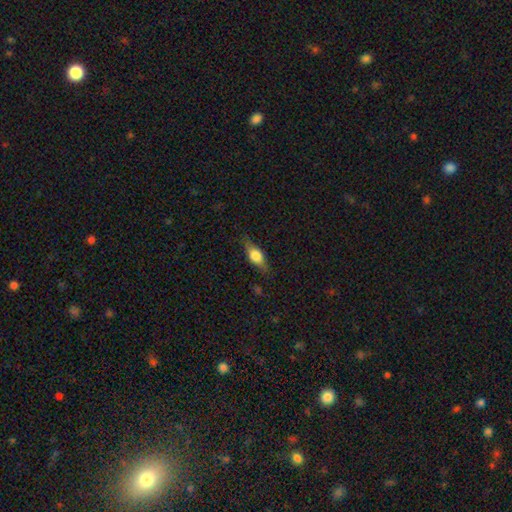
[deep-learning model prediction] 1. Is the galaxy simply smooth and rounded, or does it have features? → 58% smooth, 34% featured or disk, 8% star or artifact.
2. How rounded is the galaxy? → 71% in between, 21% cigar-shaped, 8% round.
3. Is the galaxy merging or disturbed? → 77% none, 17% minor disturbance, 5% major disturbance, 1% merger.